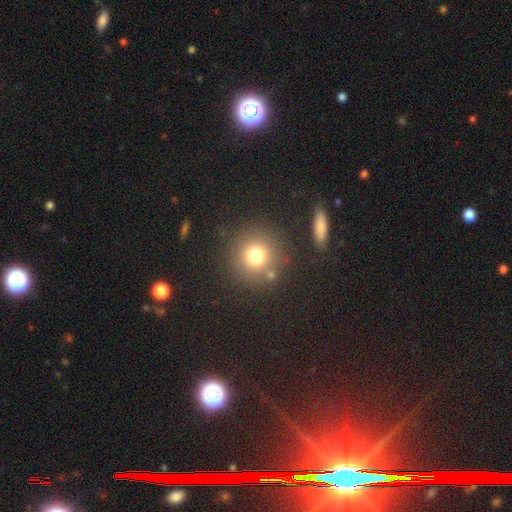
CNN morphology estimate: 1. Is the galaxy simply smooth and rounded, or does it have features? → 76% smooth, 14% star or artifact, 10% featured or disk.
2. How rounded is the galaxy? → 92% round, 7% in between, 1% cigar-shaped.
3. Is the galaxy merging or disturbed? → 81% none, 8% minor disturbance, 6% merger, 4% major disturbance.